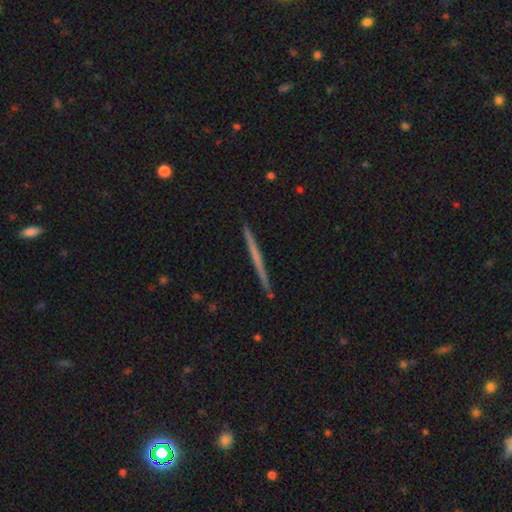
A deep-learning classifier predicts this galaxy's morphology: Smooth or featured? featured or disk (54%)
Edge-on disk? yes (98%)
Edge-on bulge? none (91%)
Merging? none (92%)